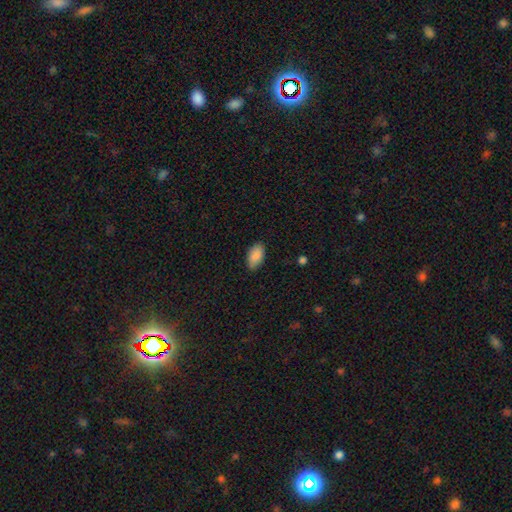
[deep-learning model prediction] This appears to be a smooth galaxy with no disk features (89%) that is in between round and cigar-shaped (95%). Merging: none (86%).